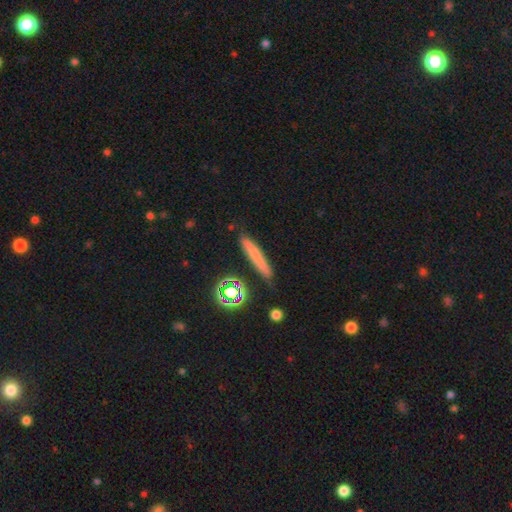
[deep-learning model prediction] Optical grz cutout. It shows a smooth galaxy with no disk features (63%) that is cigar-shaped (88%). Merging: none (82%).